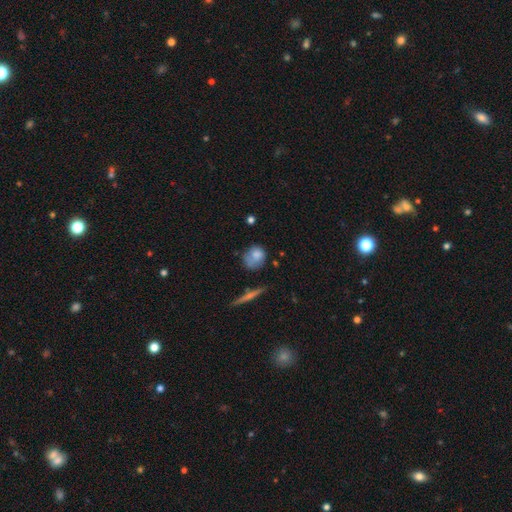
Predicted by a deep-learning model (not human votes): The model was most divided on "merging": none: 47%, minor disturbance: 31%, major disturbance: 15%, merger: 7%. More confident: smooth or featured — smooth (73%); how rounded — round (67%).